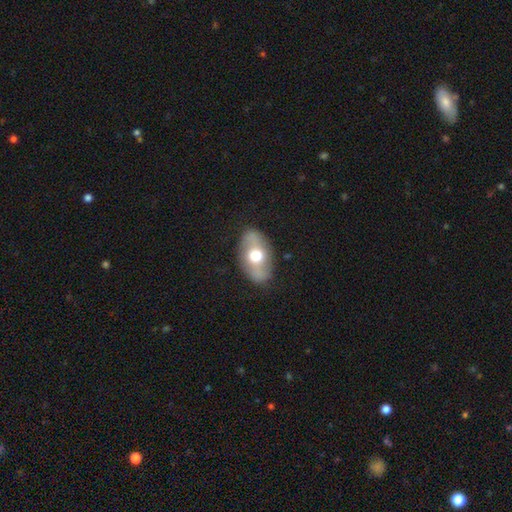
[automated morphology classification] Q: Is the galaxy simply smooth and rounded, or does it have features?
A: featured or disk — 48%.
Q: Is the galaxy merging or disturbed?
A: none — 80%.